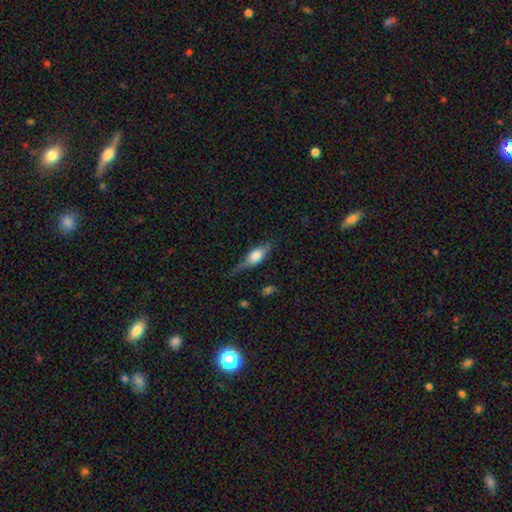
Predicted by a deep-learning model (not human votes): Morphology: type=featured or disk (48%); merging=none (64%).